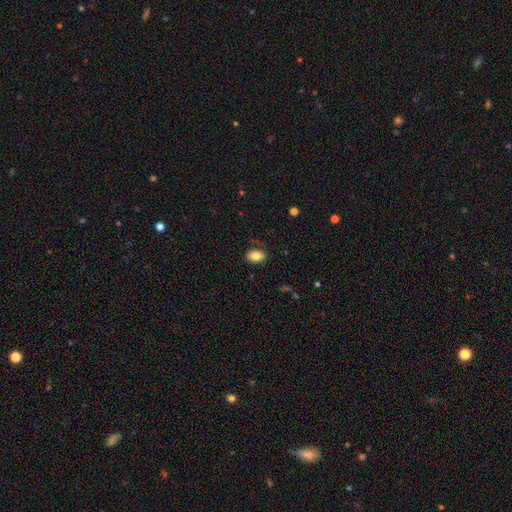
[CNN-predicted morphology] smooth 84%, star or artifact 9%, featured or disk 8%. Down the decision tree: how rounded — in between (86%); merging — none (81%).